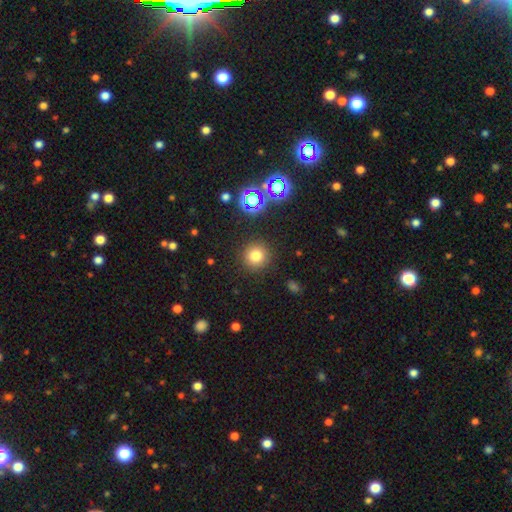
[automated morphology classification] Q: Smooth or featured?
A: smooth (76%); runner-up: star or artifact (17%)
Q: How rounded?
A: round (94%); runner-up: in between (5%)
Q: Merging?
A: none (89%); runner-up: minor disturbance (6%)